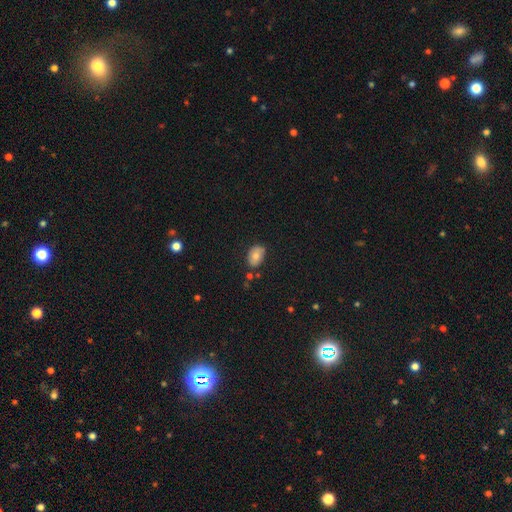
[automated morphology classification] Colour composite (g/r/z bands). It shows a smooth galaxy with no disk features (71%) that is in between round and cigar-shaped (82%). Merging: none (75%).